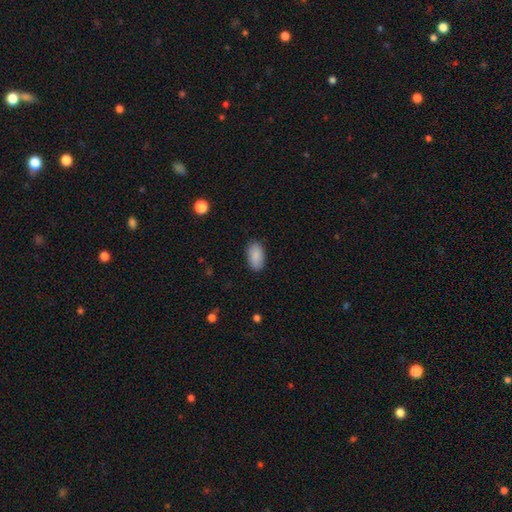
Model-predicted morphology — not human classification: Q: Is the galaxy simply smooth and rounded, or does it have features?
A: smooth — 89%.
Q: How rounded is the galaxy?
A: in between — 94%.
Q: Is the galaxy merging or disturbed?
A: none — 86%.